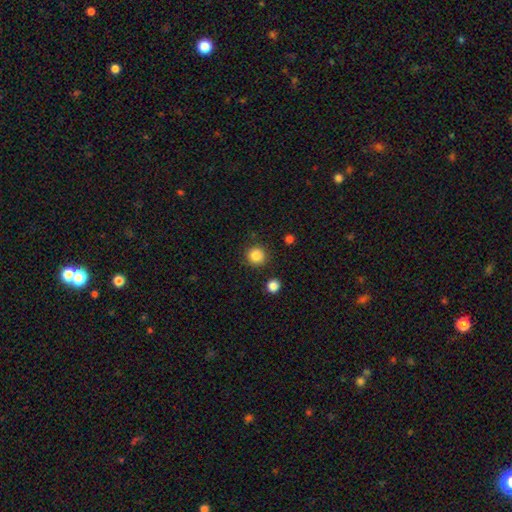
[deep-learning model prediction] The model was most divided on "smooth or featured": smooth: 86%, star or artifact: 10%, featured or disk: 4%. More confident: how rounded — round (93%); merging — none (89%).